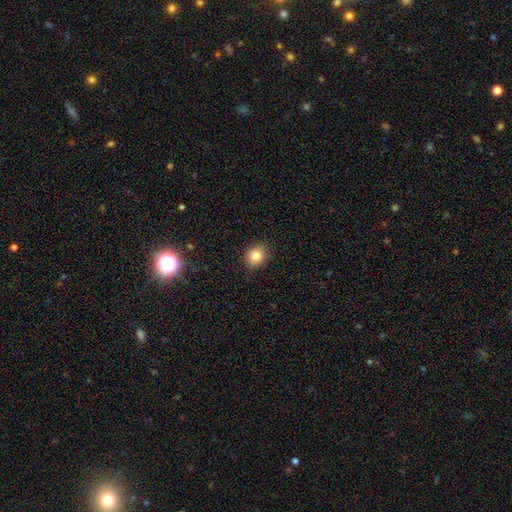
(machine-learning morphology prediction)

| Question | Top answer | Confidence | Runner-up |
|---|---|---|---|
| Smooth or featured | smooth | 83% | star or artifact (10%) |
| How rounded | round | 52% | in between (47%) |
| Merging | none | 88% | minor disturbance (9%) |